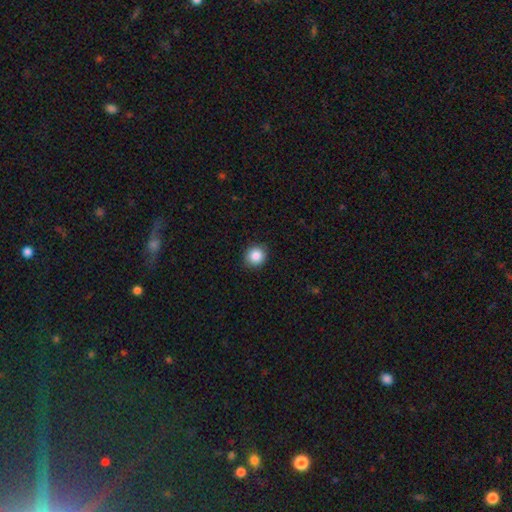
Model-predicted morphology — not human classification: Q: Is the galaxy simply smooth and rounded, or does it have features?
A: smooth — 87%.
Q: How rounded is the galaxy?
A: round — 90%.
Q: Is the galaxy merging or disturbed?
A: none — 90%.